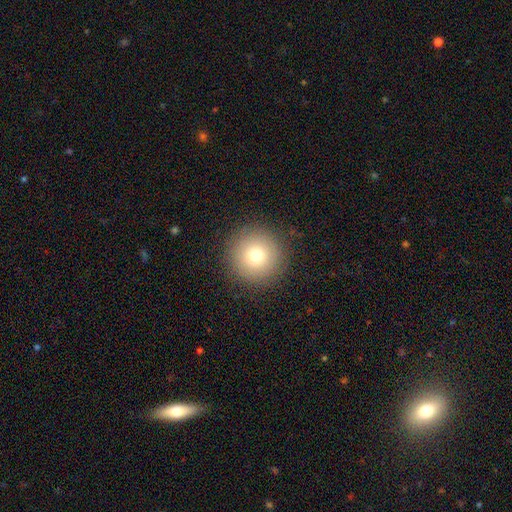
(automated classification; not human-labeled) A smooth galaxy with no disk features (77%) that is round (96%).

Vote fractions:
- Smooth or featured? smooth: 77% / star or artifact: 12% / featured or disk: 12%
- How rounded? round: 96% / in between: 3% / cigar-shaped: 1%
- Merging? none: 91% / minor disturbance: 6% / major disturbance: 2% / merger: 1%